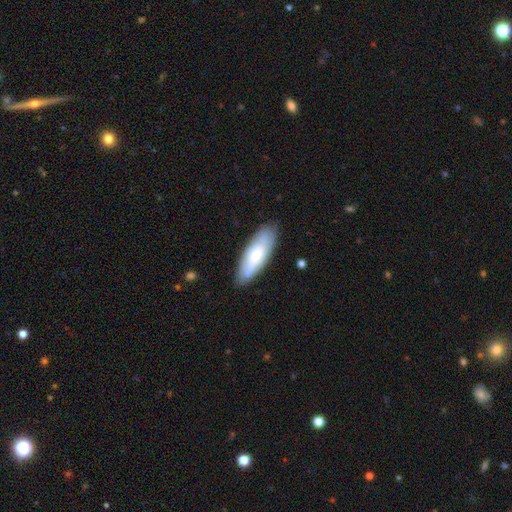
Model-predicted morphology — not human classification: smooth_or_featured: smooth (p=0.65) [alt: featured or disk p=0.29]
how_rounded: in between (p=0.58) [alt: cigar-shaped p=0.40]
merging: none (p=0.81) [alt: minor disturbance p=0.14]